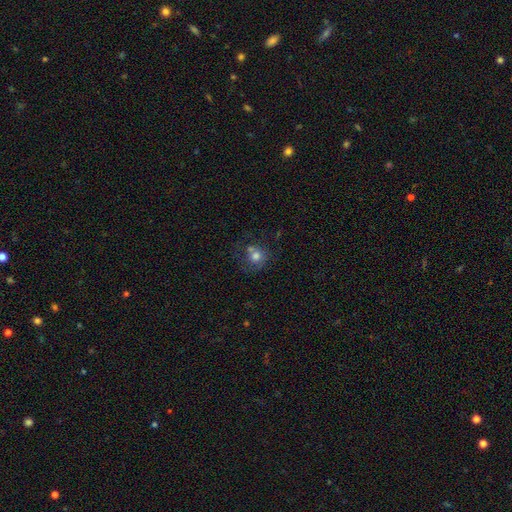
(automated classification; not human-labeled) smooth 71%, featured or disk 18%, star or artifact 11%. Down the decision tree: how rounded — round (81%); merging — none (44%).